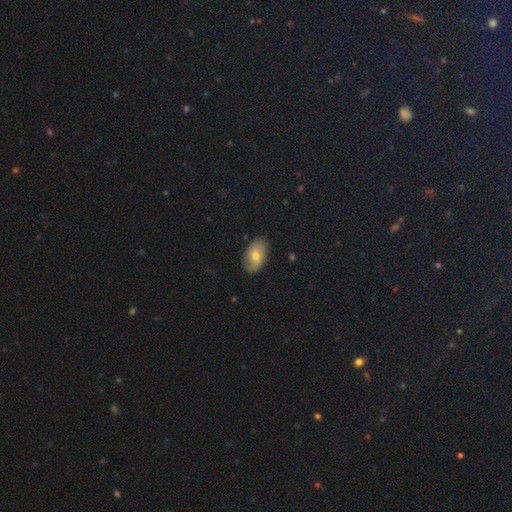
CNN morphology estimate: A smooth galaxy with no disk features (54%) that is in between round and cigar-shaped (90%). Merging: none (78%).